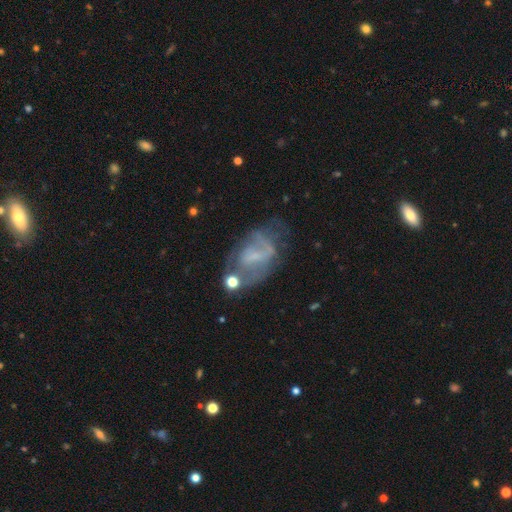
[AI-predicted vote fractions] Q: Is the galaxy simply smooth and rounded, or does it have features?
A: featured or disk — 64%.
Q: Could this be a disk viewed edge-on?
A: no — 95%.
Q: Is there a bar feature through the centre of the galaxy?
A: weak — 44%.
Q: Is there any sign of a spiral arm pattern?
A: yes — 58%.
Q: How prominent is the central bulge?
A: small — 44%.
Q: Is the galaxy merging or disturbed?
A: none — 41%.